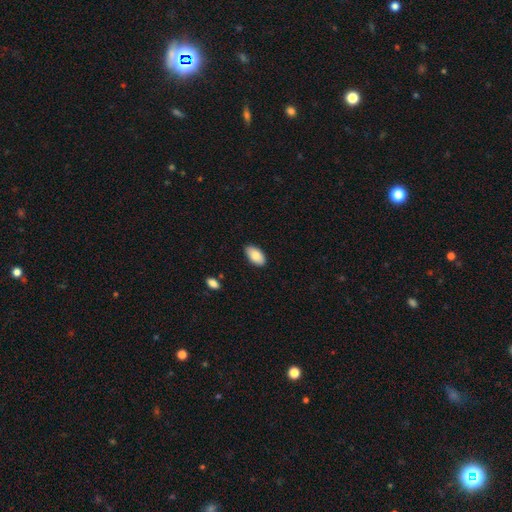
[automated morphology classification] A smooth galaxy with no disk features (84%) that is in between round and cigar-shaped (95%).

Vote fractions:
- Smooth or featured? smooth: 84% / featured or disk: 10% / star or artifact: 6%
- How rounded? in between: 95% / round: 3% / cigar-shaped: 2%
- Merging? none: 87% / minor disturbance: 10% / major disturbance: 2% / merger: 1%